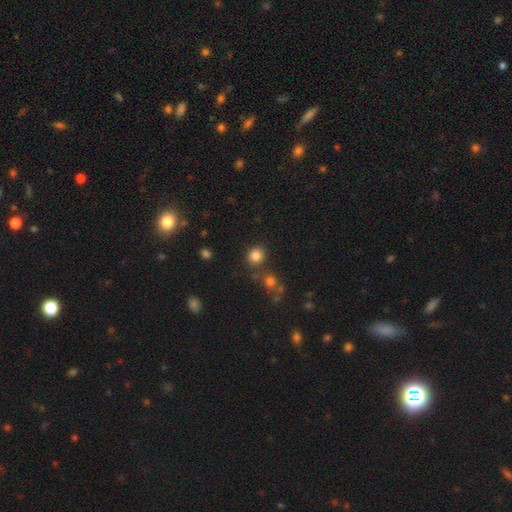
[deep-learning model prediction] Smooth or featured: smooth — 82% (star or artifact — 12%)
How rounded: round — 81% (in between — 18%)
Merging: none — 78% (merger — 9%)